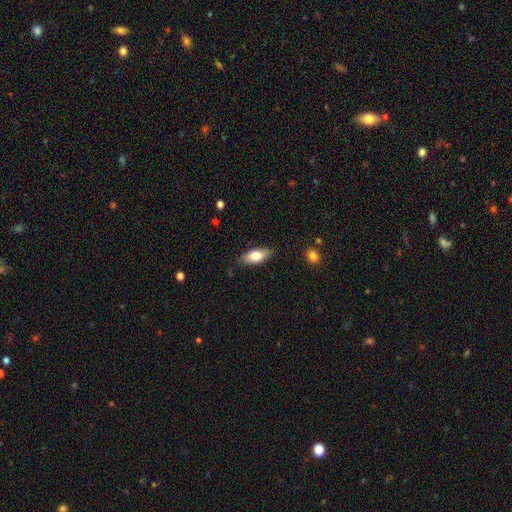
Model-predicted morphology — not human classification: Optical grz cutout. It shows a smooth galaxy with no disk features (73%) that is in between round and cigar-shaped (83%). Merging: none (83%).